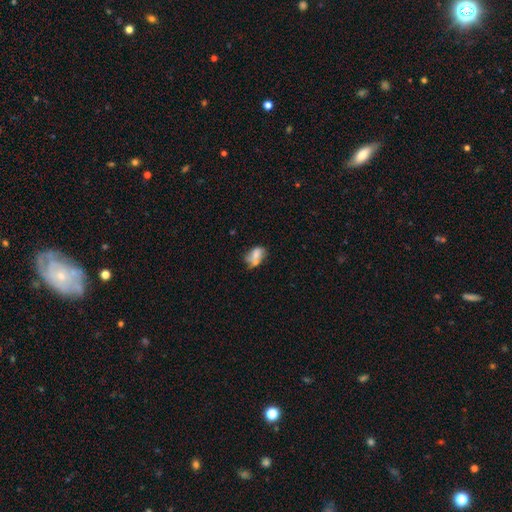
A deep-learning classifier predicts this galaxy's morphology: smooth-or-featured: smooth: 60% | featured or disk: 29% | star or artifact: 11%
  how-rounded: in between: 83% | round: 15% | cigar-shaped: 2%
  merging: none: 32% | merger: 31% | minor disturbance: 23% | major disturbance: 14%